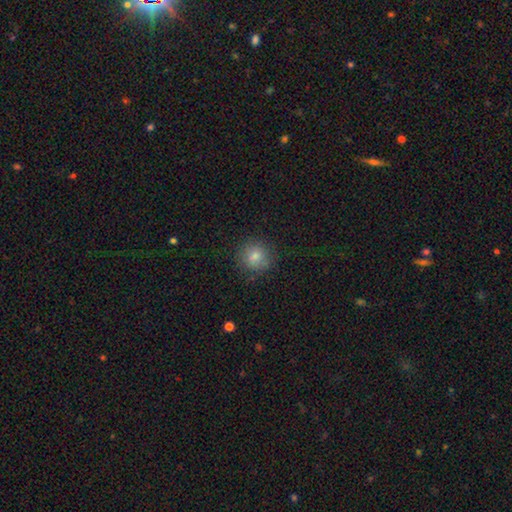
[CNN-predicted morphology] smooth_or_featured: smooth (p=0.80) [alt: star or artifact p=0.12]
how_rounded: round (p=0.89) [alt: in between p=0.10]
merging: none (p=0.84) [alt: minor disturbance p=0.11]